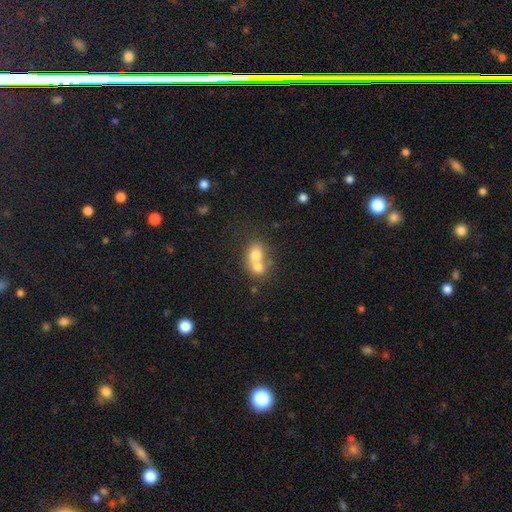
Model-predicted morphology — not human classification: Overall: smooth (69%). How rounded: round (54%; in between 45%). Merging: merger (71%).